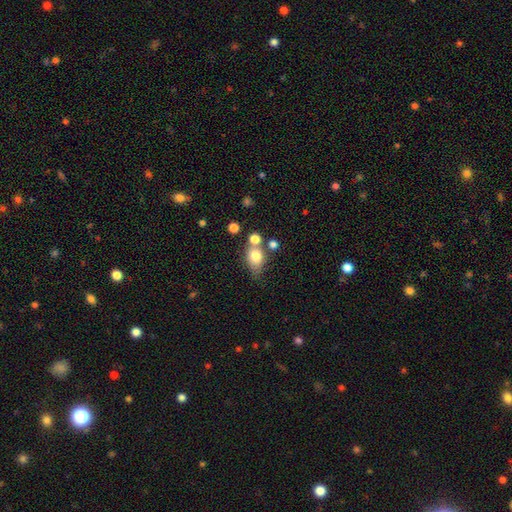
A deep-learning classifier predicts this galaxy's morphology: smooth_or_featured: smooth (p=0.75) [alt: featured or disk p=0.14]
how_rounded: in between (p=0.59) [alt: round p=0.38]
merging: none (p=0.47) [alt: merger p=0.27]